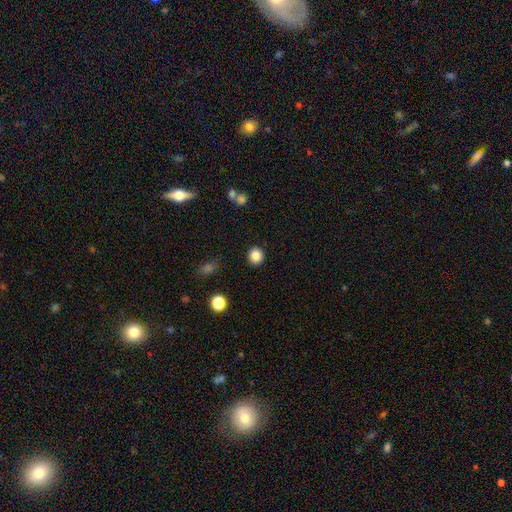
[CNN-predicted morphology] type=smooth (86%); roundness=round (84%); merging=none (89%).